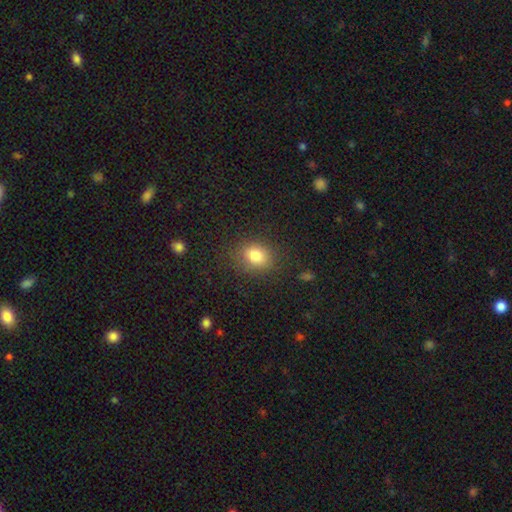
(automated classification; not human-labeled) A smooth galaxy with no disk features (81%) that is in between round and cigar-shaped (50%). Merging: none (82%).